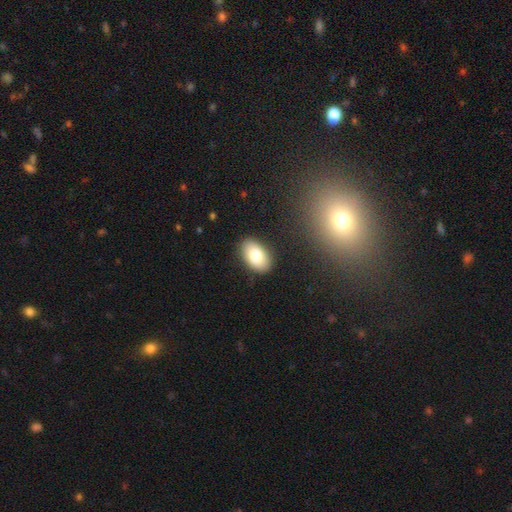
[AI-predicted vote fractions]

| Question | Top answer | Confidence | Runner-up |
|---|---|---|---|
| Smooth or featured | smooth | 83% | featured or disk (10%) |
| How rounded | in between | 92% | round (6%) |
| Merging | none | 87% | minor disturbance (9%) |